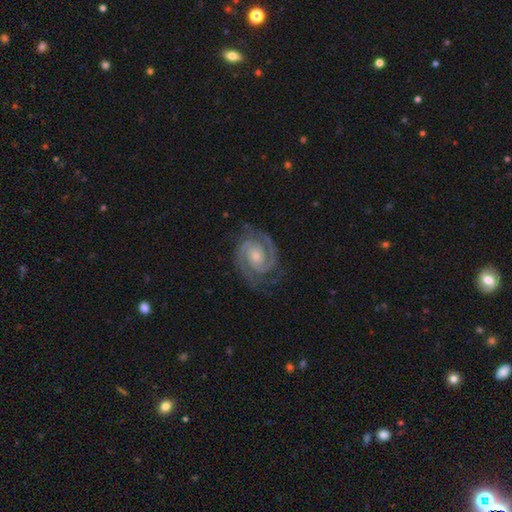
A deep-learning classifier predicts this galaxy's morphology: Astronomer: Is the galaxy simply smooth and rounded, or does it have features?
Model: featured or disk — 93%.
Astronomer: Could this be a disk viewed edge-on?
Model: no — 98%.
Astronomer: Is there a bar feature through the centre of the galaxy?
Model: no — 65%.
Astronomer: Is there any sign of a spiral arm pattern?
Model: yes — 99%.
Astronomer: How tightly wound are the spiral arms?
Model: tight — 65%.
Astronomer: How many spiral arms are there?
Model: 2 — 91%.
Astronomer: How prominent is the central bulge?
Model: small — 55% (runner-up: moderate, 38%).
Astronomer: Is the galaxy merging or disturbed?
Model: none — 80%.